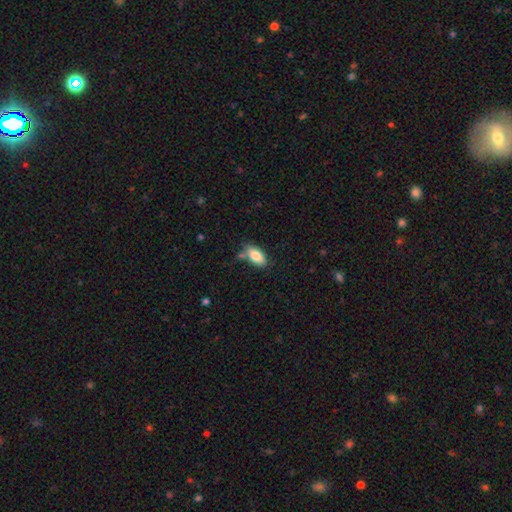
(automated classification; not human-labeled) Smooth or featured? smooth (83%)
How rounded? in between (91%)
Merging? none (67%)